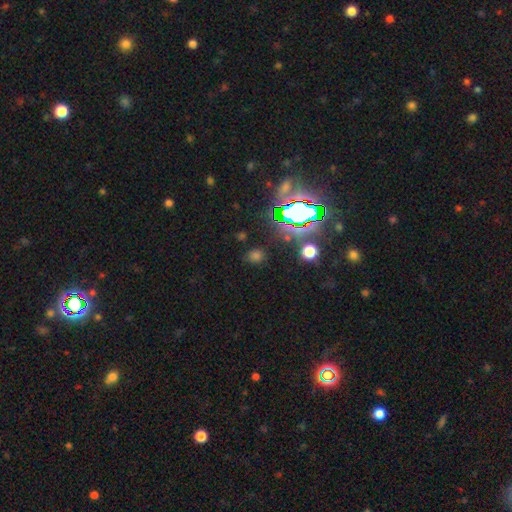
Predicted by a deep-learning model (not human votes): The model was most divided on "smooth or featured": smooth: 48%, star or artifact: 44%, featured or disk: 8%. More confident: merging — none (82%).